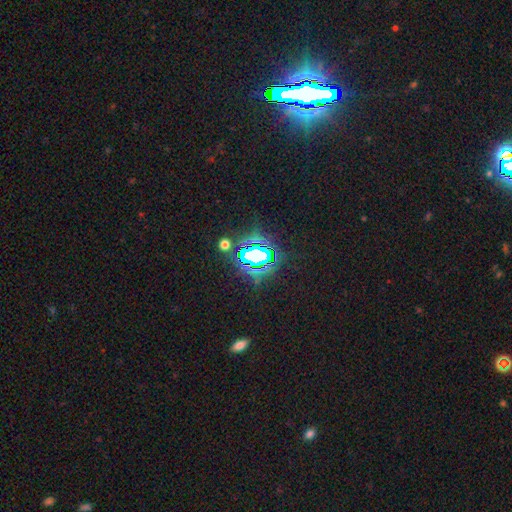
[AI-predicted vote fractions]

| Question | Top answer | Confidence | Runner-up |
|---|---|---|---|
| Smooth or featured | star or artifact | 69% | smooth (18%) |